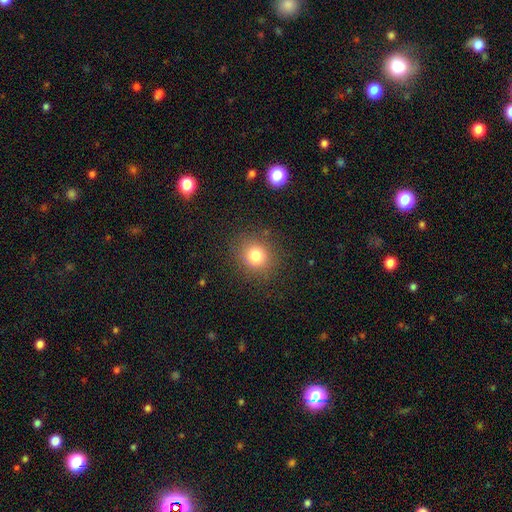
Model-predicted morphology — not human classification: smooth_or_featured: smooth (p=0.78) [alt: star or artifact p=0.13]
how_rounded: round (p=0.79) [alt: in between p=0.20]
merging: none (p=0.84) [alt: minor disturbance p=0.11]